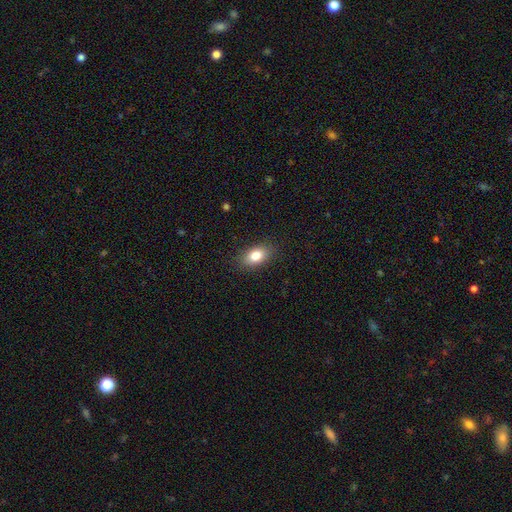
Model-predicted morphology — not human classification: type=smooth (82%); roundness=in between (87%); merging=none (87%).